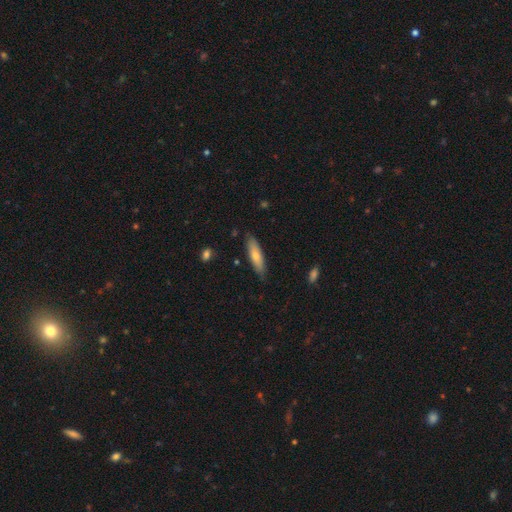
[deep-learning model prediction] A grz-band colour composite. It shows a smooth galaxy with no disk features (71%) that is cigar-shaped (68%). Merging: none (83%).